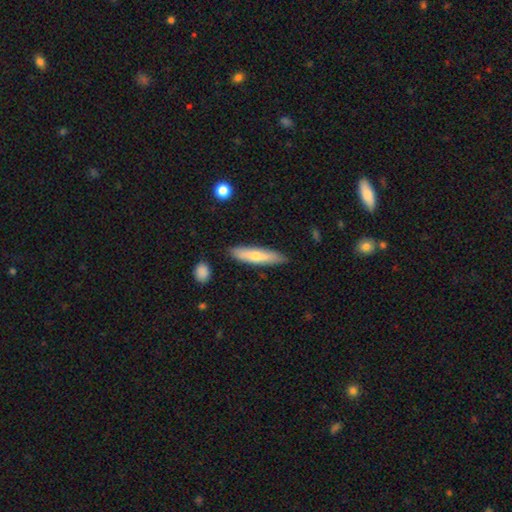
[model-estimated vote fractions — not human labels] The model was most divided on "smooth or featured": smooth: 59%, featured or disk: 35%, star or artifact: 6%. More confident: merging — none (88%); how rounded — cigar-shaped (84%).